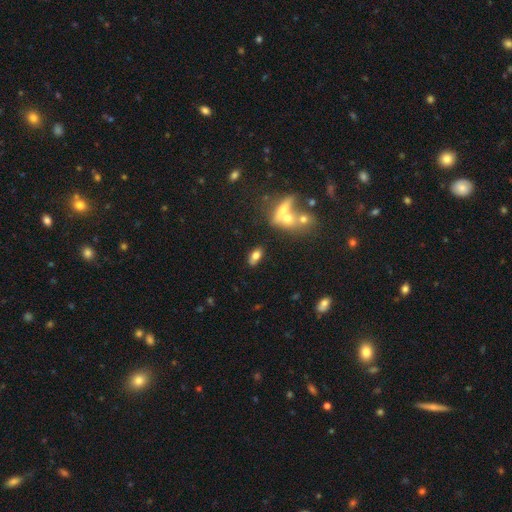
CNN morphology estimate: This appears to be a smooth galaxy with no disk features (73%) that is in between round and cigar-shaped (87%). Merging: none (74%).